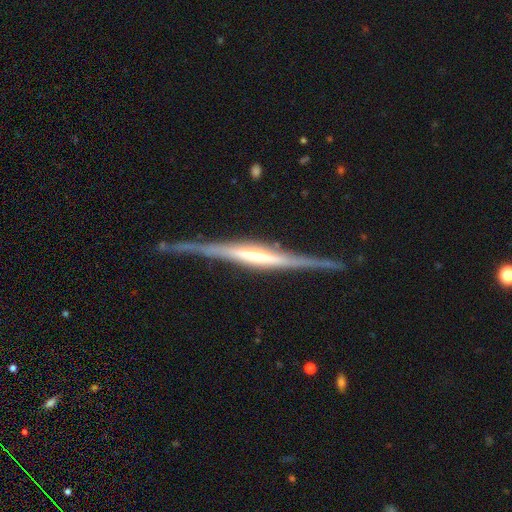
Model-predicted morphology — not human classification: Overall: featured or disk (86%). Edge-on disk: yes (97%). Edge-on bulge: rounded (39%; boxy 38%). Merging: none (81%).